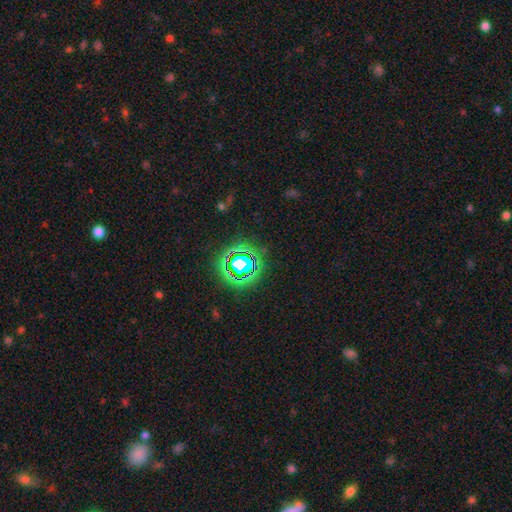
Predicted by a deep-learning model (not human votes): Smooth or featured?
  - star or artifact: 76% *
  - smooth: 17%
  - featured or disk: 7%